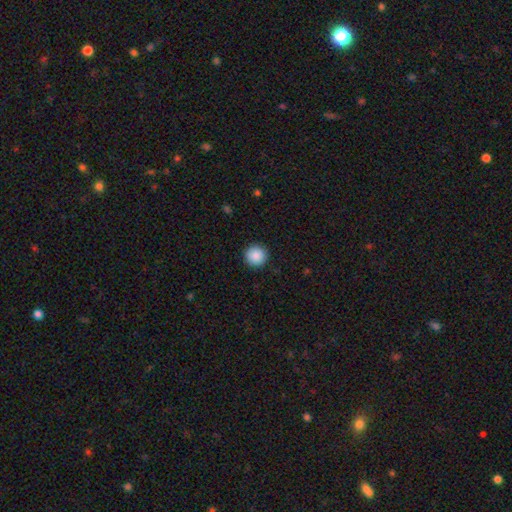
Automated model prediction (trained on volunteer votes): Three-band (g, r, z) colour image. It shows a smooth galaxy with no disk features (89%) that is round (96%). Merging: none (93%).